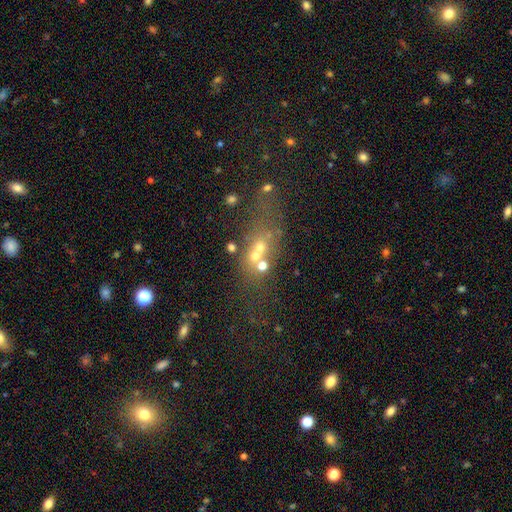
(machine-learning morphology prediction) This appears to be a smooth galaxy with no disk features (37%). Merging: none (45%).